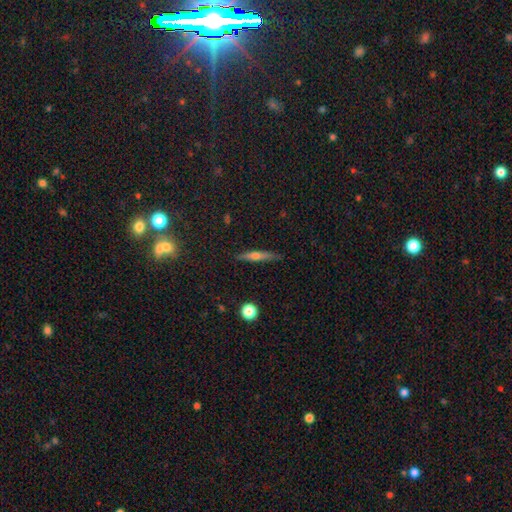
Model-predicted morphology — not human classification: This appears to be a featured or disk galaxy (46%). Merging: none (84%).